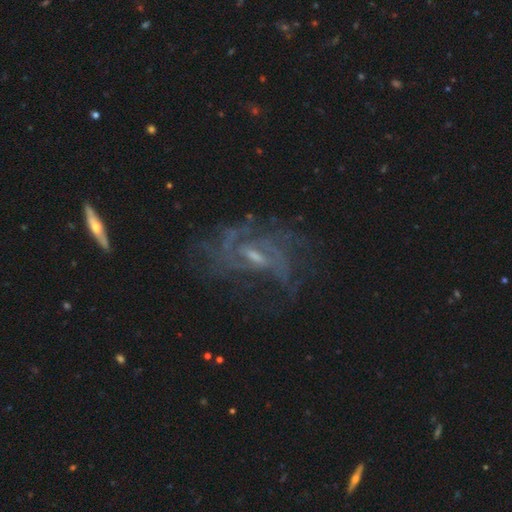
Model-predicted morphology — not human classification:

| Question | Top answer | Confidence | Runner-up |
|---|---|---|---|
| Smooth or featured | featured or disk | 80% | star or artifact (11%) |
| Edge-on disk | no | 93% | yes (7%) |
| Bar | weak | 53% | no (27%) |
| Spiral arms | yes | 81% | no (19%) |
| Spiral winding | medium | 41% | tight (31%) |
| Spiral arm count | can't tell | 46% | 2 (21%) |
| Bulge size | small | 50% | moderate (35%) |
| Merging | none | 55% | major disturbance (25%) |